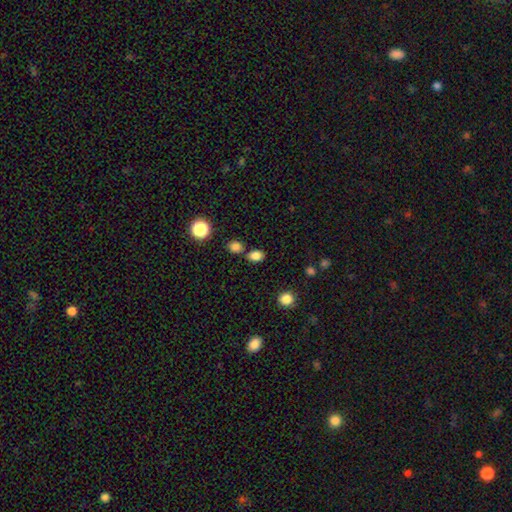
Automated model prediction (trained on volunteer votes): The model was most divided on "how rounded": in between: 64%, round: 35%, cigar-shaped: 1%. More confident: smooth or featured — smooth (83%); merging — none (69%).